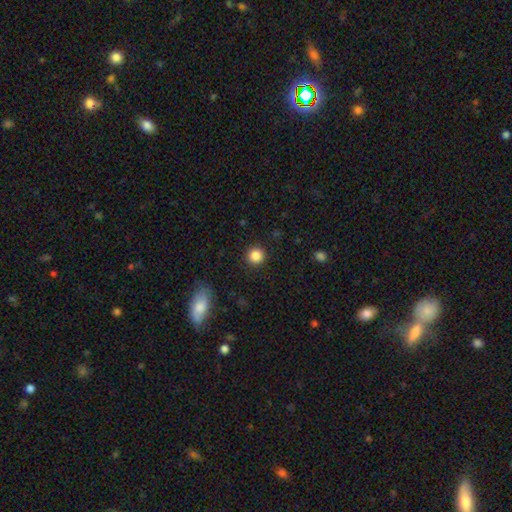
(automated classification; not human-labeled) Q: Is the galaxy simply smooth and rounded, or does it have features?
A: smooth — 86%.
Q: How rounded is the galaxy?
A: round — 94%.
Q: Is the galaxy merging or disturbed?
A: none — 92%.